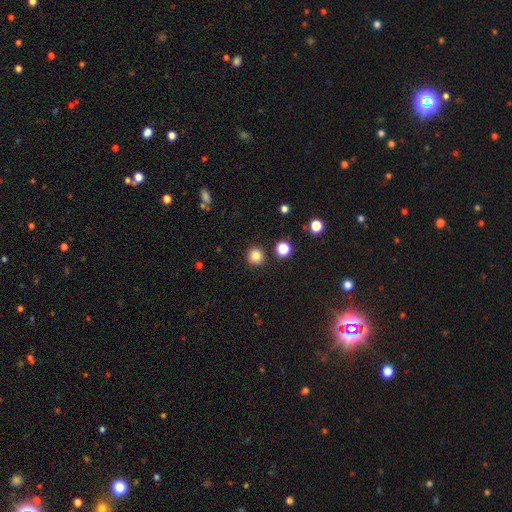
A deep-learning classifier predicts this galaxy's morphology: smooth 84%, star or artifact 12%, featured or disk 4%. Down the decision tree: how rounded — round (92%); merging — none (89%).